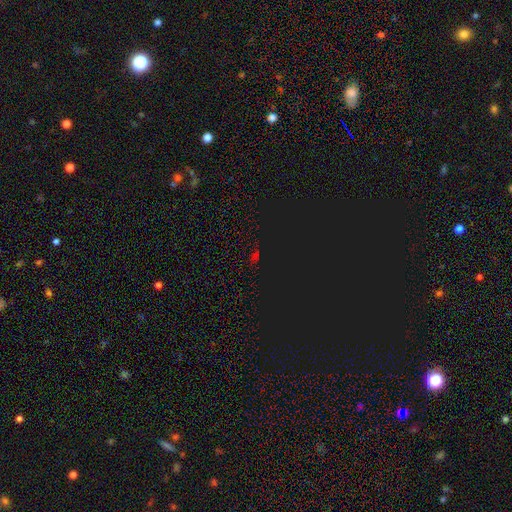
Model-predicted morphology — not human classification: A star or artifact, not a galaxy (74%).

Vote fractions:
- Smooth or featured? star or artifact: 74% / smooth: 19% / featured or disk: 7%